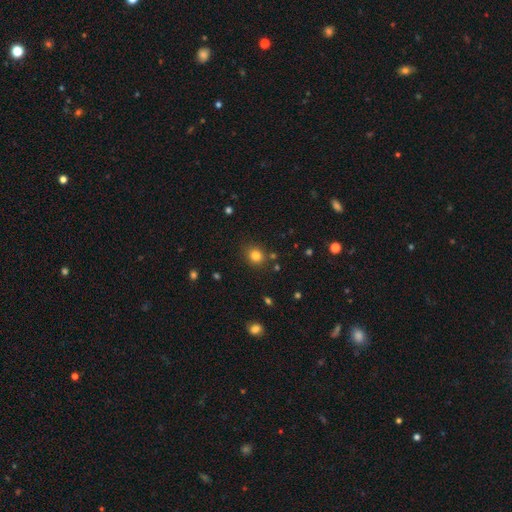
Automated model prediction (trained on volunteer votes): Smooth or featured?
  - smooth: 80% *
  - star or artifact: 14%
  - featured or disk: 6%
How rounded?
  - round: 78% *
  - in between: 21%
  - cigar-shaped: 1%
Merging?
  - none: 83% *
  - minor disturbance: 10%
  - merger: 4%
  - major disturbance: 3%